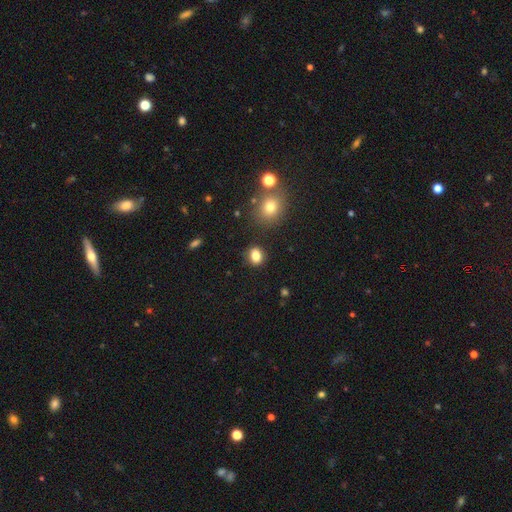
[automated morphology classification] A smooth galaxy with no disk features (83%) that is in between round and cigar-shaped (50%). Merging: none (85%).